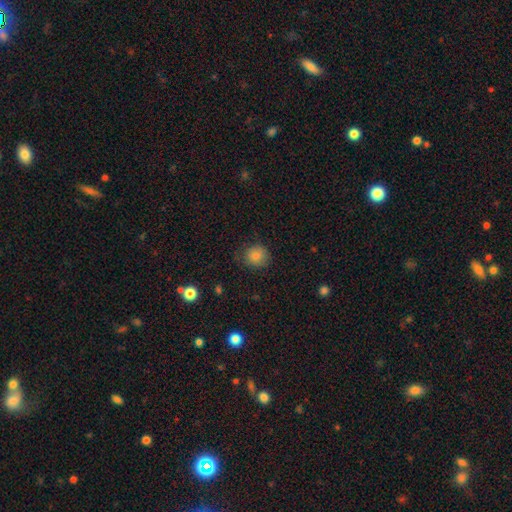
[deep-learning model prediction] Overall: smooth (84%). How rounded: round (85%). Merging: none (77%).